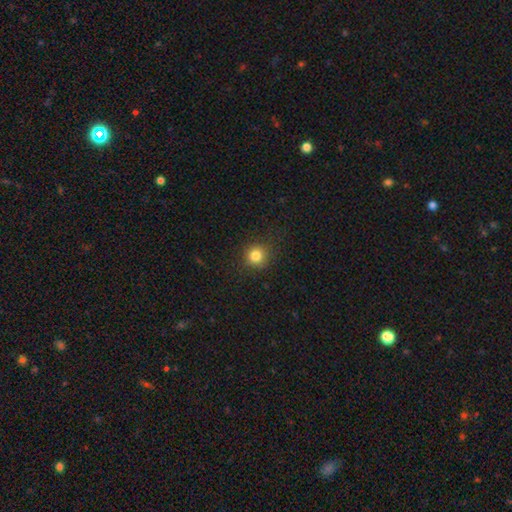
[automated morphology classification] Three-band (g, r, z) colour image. It shows a smooth galaxy with no disk features (82%) that is round (93%). Merging: none (88%).